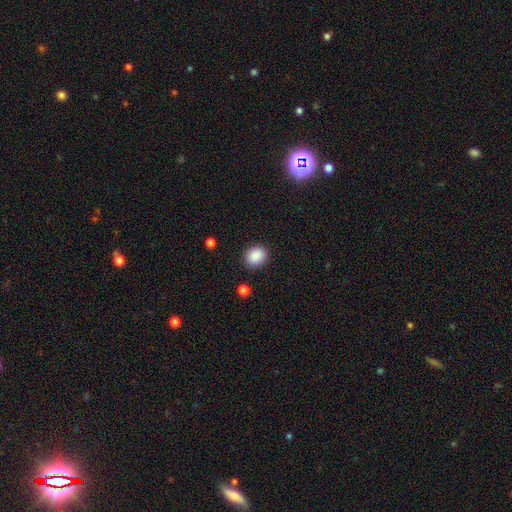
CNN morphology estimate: smooth-or-featured: smooth: 88% | star or artifact: 9% | featured or disk: 3%
  how-rounded: round: 71% | in between: 28% | cigar-shaped: 1%
  merging: none: 89% | minor disturbance: 7% | major disturbance: 2% | merger: 1%